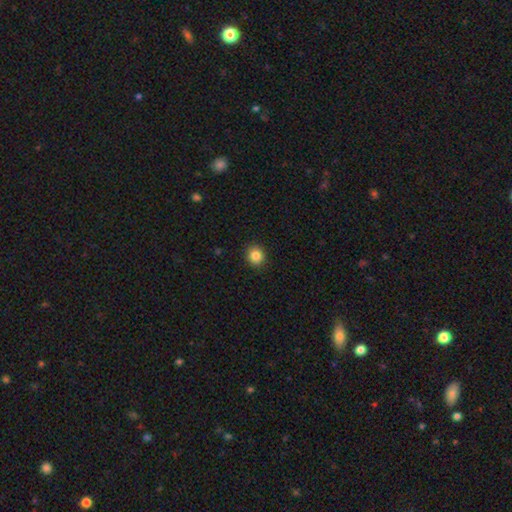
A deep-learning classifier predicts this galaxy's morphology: Q: Smooth or featured?
A: smooth (85%); runner-up: star or artifact (10%)
Q: How rounded?
A: round (87%); runner-up: in between (12%)
Q: Merging?
A: none (91%); runner-up: minor disturbance (6%)